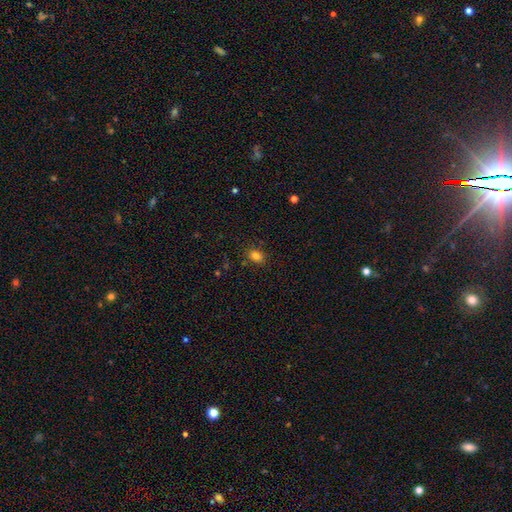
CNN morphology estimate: A smooth galaxy with no disk features (81%) that is in between round and cigar-shaped (67%). Merging: none (82%).